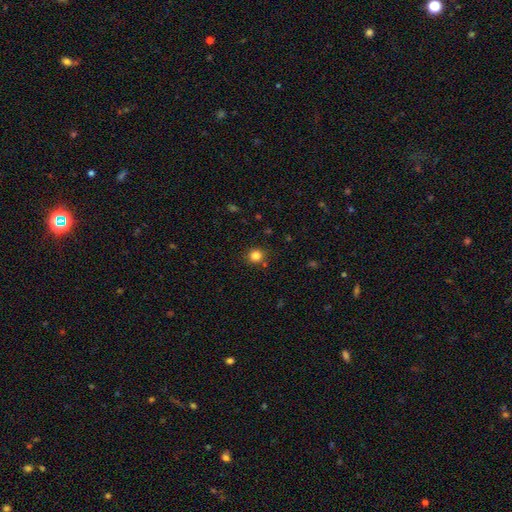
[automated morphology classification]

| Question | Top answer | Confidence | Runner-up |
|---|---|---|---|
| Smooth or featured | smooth | 83% | star or artifact (13%) |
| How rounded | round | 88% | in between (11%) |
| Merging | none | 86% | minor disturbance (8%) |